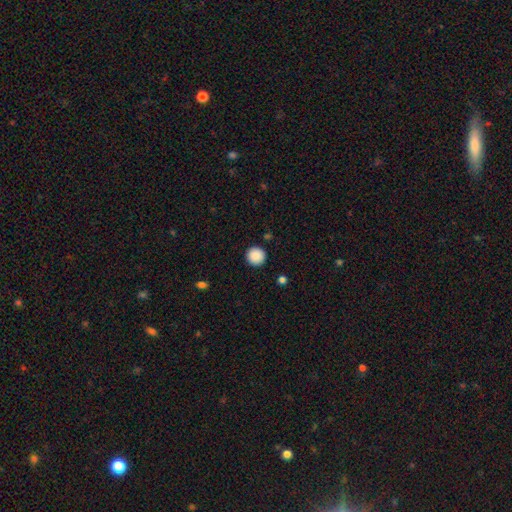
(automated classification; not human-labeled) Overall: smooth (89%). How rounded: round (96%). Merging: none (92%).